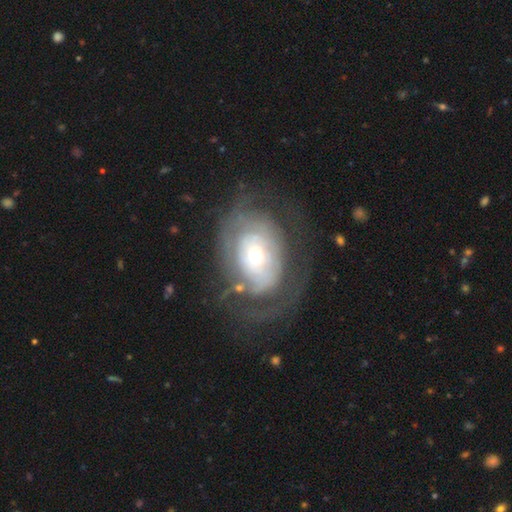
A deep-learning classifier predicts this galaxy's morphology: smooth_or_featured: featured or disk (p=0.72) [alt: smooth p=0.21]
disk_edge_on: no (p=0.95) [alt: yes p=0.05]
bar: no (p=0.78) [alt: weak p=0.17]
has_spiral_arms: yes (p=0.68) [alt: no p=0.32]
bulge_size: moderate (p=0.50) [alt: small p=0.41]
merging: none (p=0.56) [alt: major disturbance p=0.23]